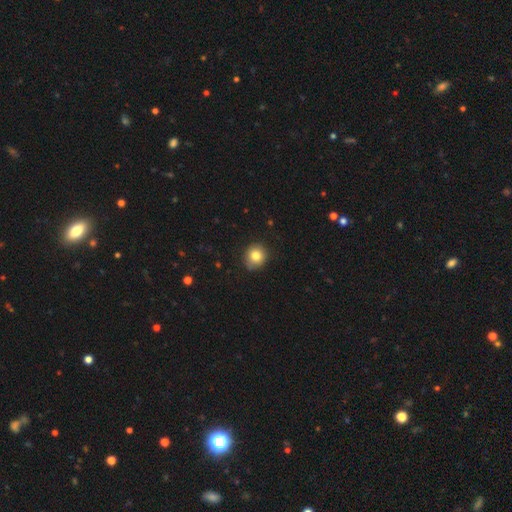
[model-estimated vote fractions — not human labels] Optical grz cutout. It shows a smooth galaxy with no disk features (81%) that is round (84%). Merging: none (82%).